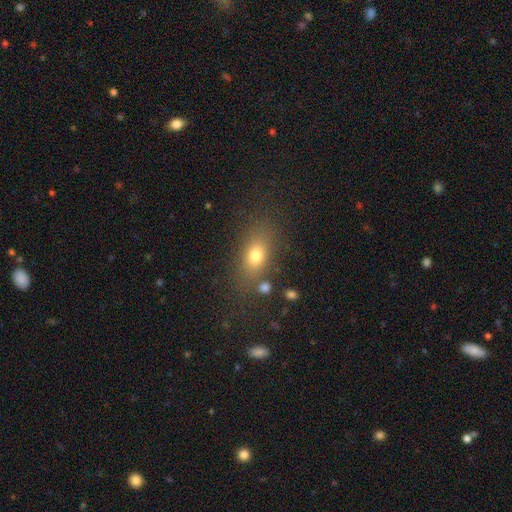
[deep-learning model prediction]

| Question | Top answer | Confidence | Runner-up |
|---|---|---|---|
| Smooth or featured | smooth | 73% | featured or disk (14%) |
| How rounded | in between | 71% | round (18%) |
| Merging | none | 73% | minor disturbance (14%) |